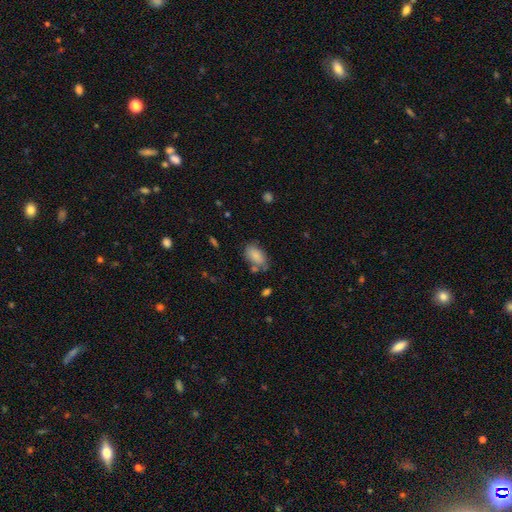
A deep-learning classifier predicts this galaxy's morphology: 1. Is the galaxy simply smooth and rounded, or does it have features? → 86% smooth, 7% star or artifact, 7% featured or disk.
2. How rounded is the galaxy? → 92% in between, 5% round, 3% cigar-shaped.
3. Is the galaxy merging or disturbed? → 65% none, 20% minor disturbance, 9% merger, 6% major disturbance.